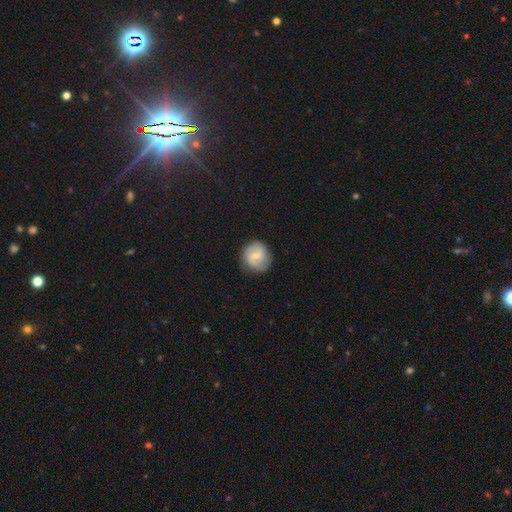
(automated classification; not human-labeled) This is likely a featured or disk galaxy (61%). It is clearly not viewed edge-on (98%). Bar: possibly weak (59%). Spiral arm pattern: clearly yes (90%). Spiral arm count: clearly 2 (85%). Spiral winding: possibly medium (47%). Central bulge: possibly small (55%). Merging: clearly none (83%).